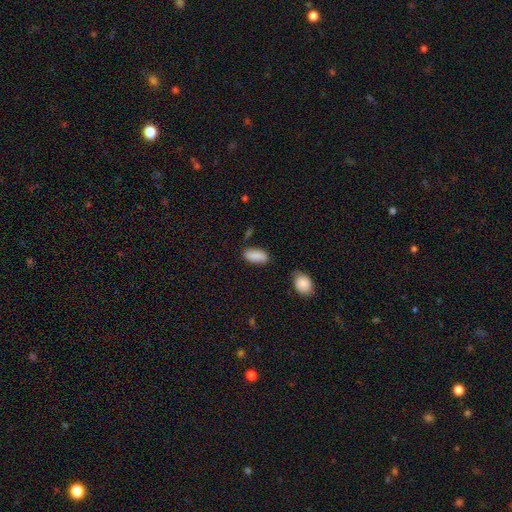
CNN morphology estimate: Overall: smooth (86%). How rounded: in between (91%). Merging: none (72%).